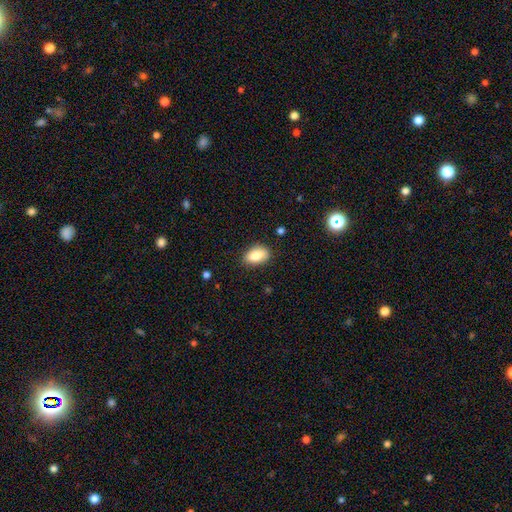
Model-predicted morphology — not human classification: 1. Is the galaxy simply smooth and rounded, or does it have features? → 82% smooth, 10% featured or disk, 8% star or artifact.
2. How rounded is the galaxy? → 88% in between, 11% round, 2% cigar-shaped.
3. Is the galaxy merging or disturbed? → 82% none, 14% minor disturbance, 3% major disturbance, 1% merger.